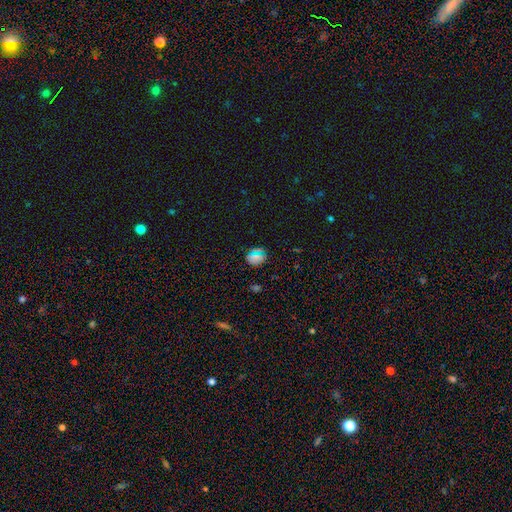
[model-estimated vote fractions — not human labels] Smooth or featured?
  - smooth: 60% *
  - star or artifact: 32%
  - featured or disk: 8%
How rounded?
  - round: 65% *
  - in between: 31%
  - cigar-shaped: 4%
Merging?
  - none: 83% *
  - minor disturbance: 11%
  - major disturbance: 4%
  - merger: 3%